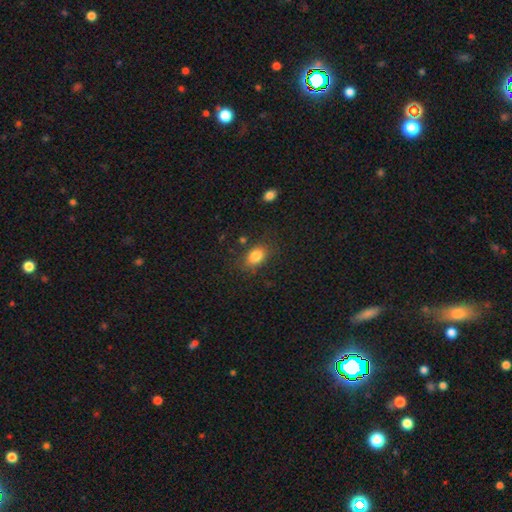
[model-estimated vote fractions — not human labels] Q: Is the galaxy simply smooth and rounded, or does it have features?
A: smooth — 83%.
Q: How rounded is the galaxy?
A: in between — 74%.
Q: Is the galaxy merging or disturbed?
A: none — 77%.